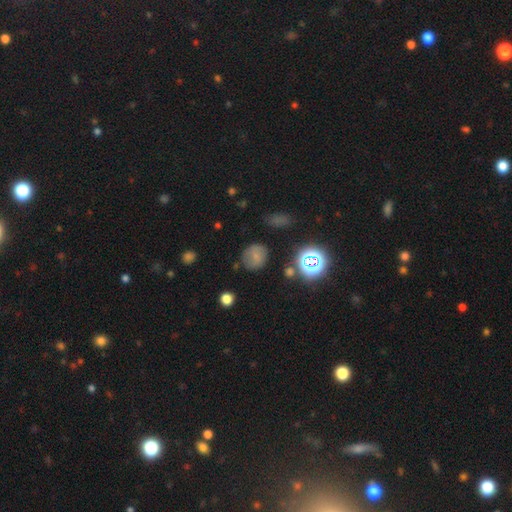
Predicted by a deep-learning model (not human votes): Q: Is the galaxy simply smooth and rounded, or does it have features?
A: smooth — 67%.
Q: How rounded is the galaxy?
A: round — 77%.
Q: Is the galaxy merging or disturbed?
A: none — 76%.